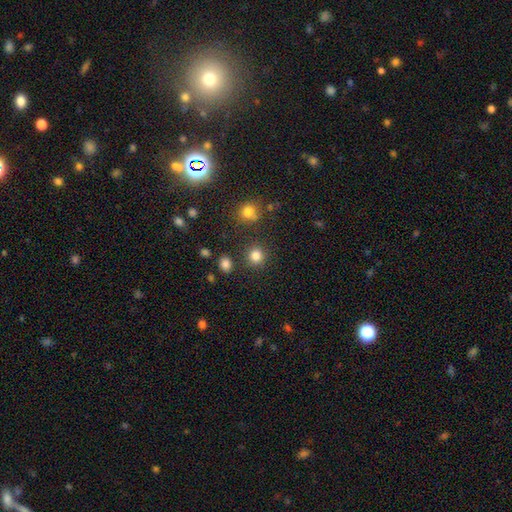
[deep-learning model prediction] Q: Smooth or featured?
A: smooth (83%); runner-up: star or artifact (12%)
Q: How rounded?
A: round (91%); runner-up: in between (8%)
Q: Merging?
A: none (85%); runner-up: minor disturbance (7%)